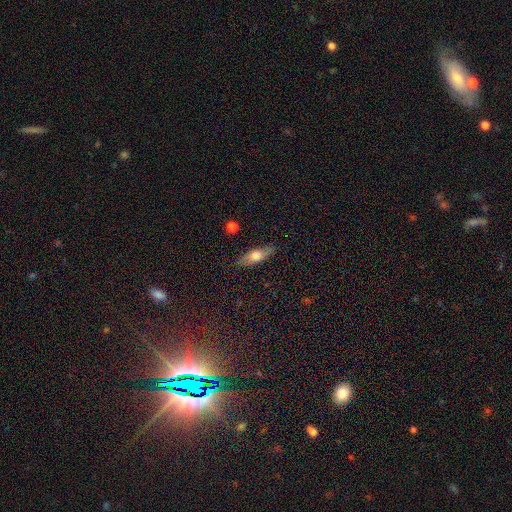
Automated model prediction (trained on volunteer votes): Overall: smooth (63%; featured or disk 29%). How rounded: in between (59%; cigar-shaped 38%). Merging: none (83%).